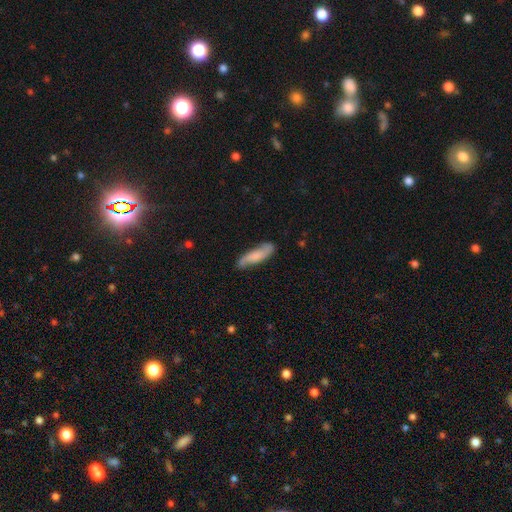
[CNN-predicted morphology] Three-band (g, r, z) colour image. It shows a smooth galaxy with no disk features (53%) that is cigar-shaped (61%). Merging: none (76%).